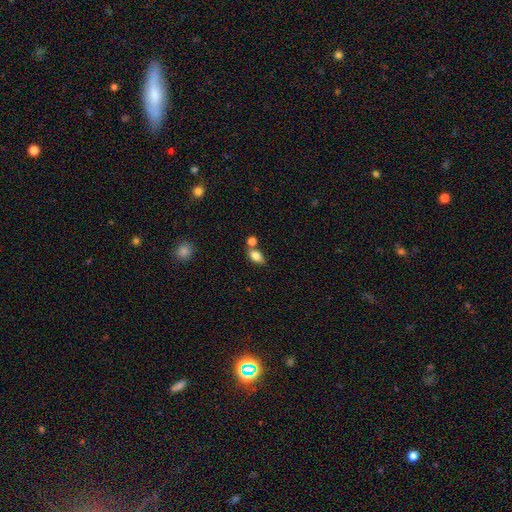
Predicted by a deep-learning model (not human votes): smooth 81%, featured or disk 10%, star or artifact 9%. Down the decision tree: how rounded — in between (85%); merging — none (58%).